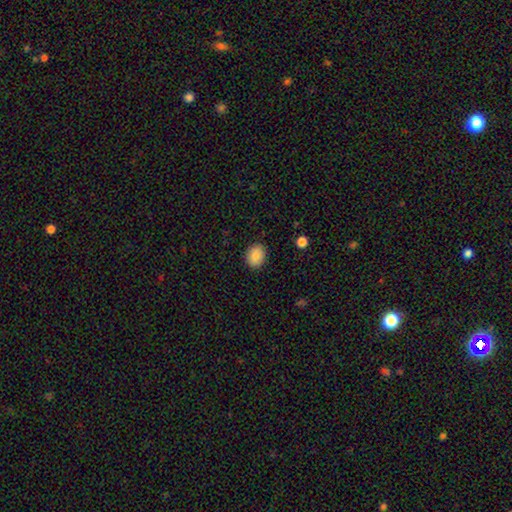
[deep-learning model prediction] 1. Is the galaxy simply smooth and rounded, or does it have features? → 87% smooth, 8% star or artifact, 5% featured or disk.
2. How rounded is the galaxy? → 55% in between, 44% round, 1% cigar-shaped.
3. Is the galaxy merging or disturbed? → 89% none, 8% minor disturbance, 2% major disturbance, 1% merger.